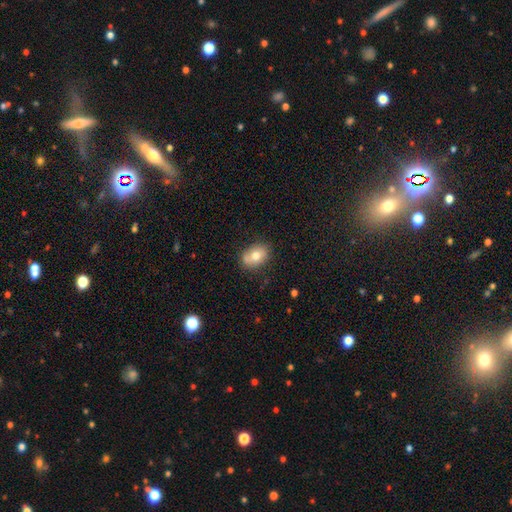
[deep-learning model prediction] This appears to be a smooth galaxy with no disk features (71%) that is in between round and cigar-shaped (76%). Merging: none (75%).